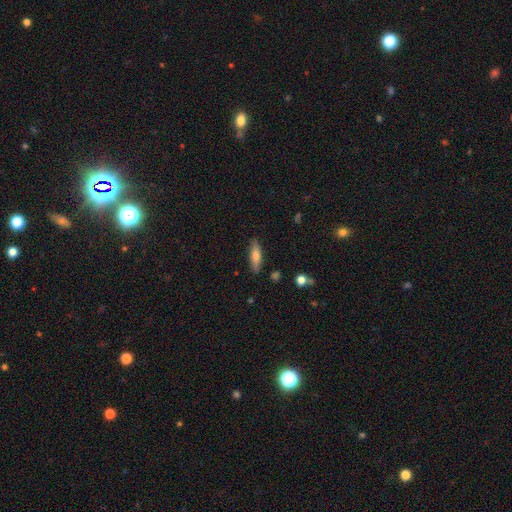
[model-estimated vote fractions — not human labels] The model was most divided on "how rounded": cigar-shaped: 62%, in between: 35%, round: 2%. More confident: merging — none (87%); smooth or featured — smooth (66%).